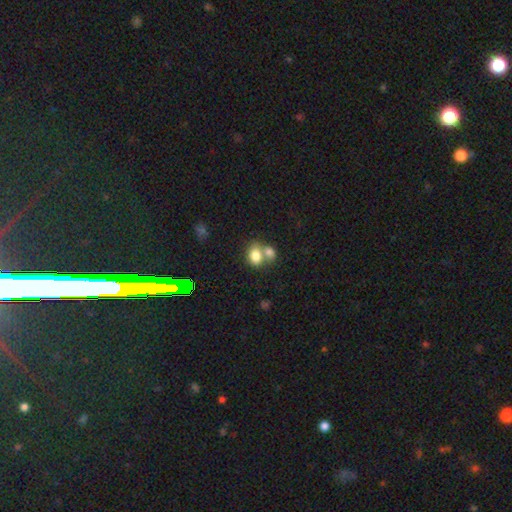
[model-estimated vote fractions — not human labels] smooth-or-featured: smooth: 79% | featured or disk: 11% | star or artifact: 10%
  how-rounded: in between: 66% | round: 32% | cigar-shaped: 1%
  merging: merger: 56% | none: 31% | minor disturbance: 8% | major disturbance: 4%